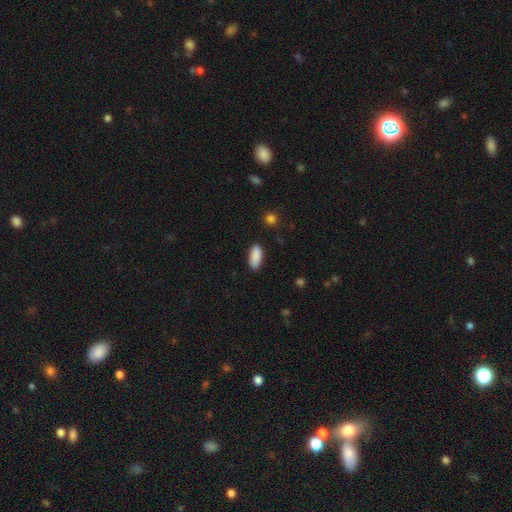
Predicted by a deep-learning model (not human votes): smooth 90%, star or artifact 7%, featured or disk 4%. Down the decision tree: how rounded — in between (85%); merging — none (85%).